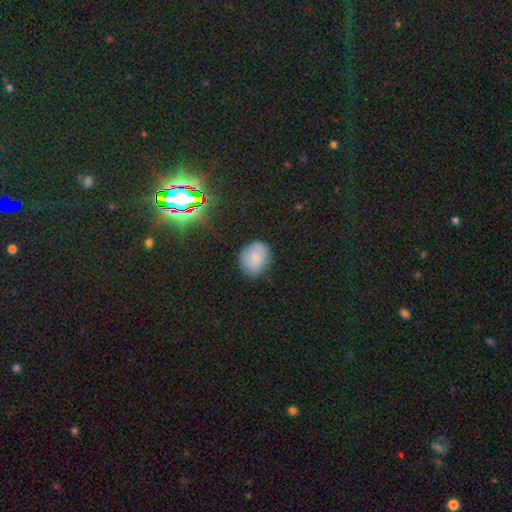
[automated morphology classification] smooth-or-featured: smooth: 77% | featured or disk: 12% | star or artifact: 11%
  how-rounded: round: 55% | in between: 44% | cigar-shaped: 1%
  merging: none: 76% | minor disturbance: 19% | major disturbance: 4% | merger: 1%